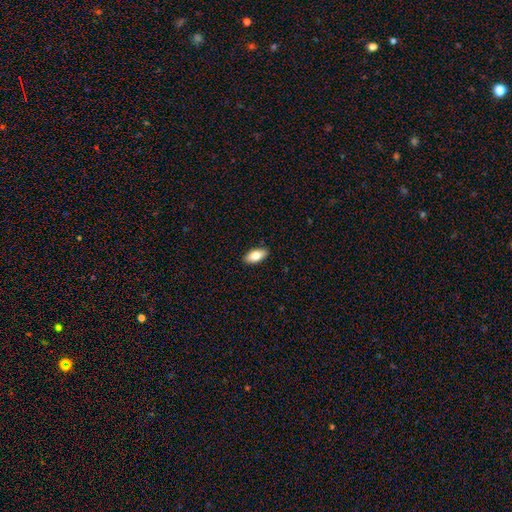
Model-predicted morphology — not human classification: Smooth or featured? smooth (79%)
How rounded? in between (90%)
Merging? none (90%)